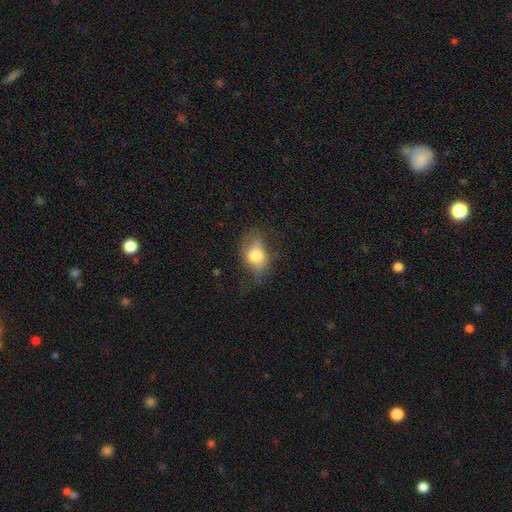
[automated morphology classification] A smooth galaxy with no disk features (66%) that is in between round and cigar-shaped (77%).

Vote fractions:
- Smooth or featured? smooth: 66% / featured or disk: 25% / star or artifact: 9%
- How rounded? in between: 77% / round: 21% / cigar-shaped: 3%
- Merging? none: 51% / minor disturbance: 29% / major disturbance: 17% / merger: 2%